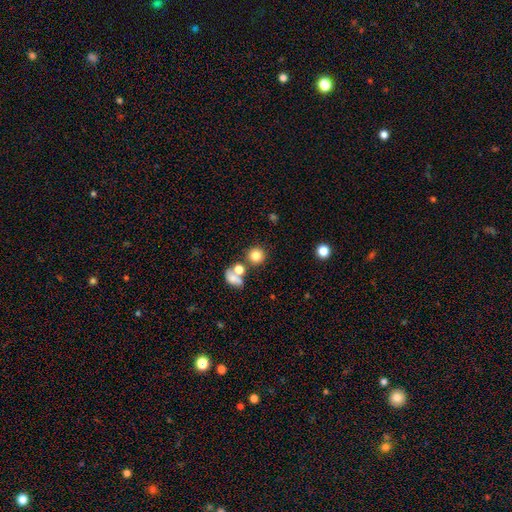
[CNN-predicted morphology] Smooth or featured? smooth (78%)
How rounded? round (90%)
Merging? none (71%)